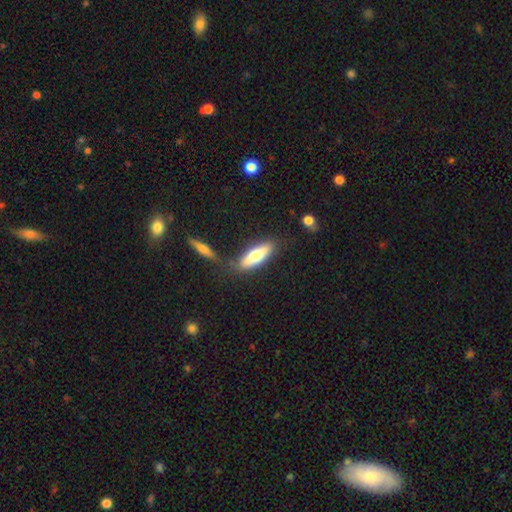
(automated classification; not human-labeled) This appears to be a smooth galaxy with no disk features (62%) that is cigar-shaped (55%). Merging: none (74%).